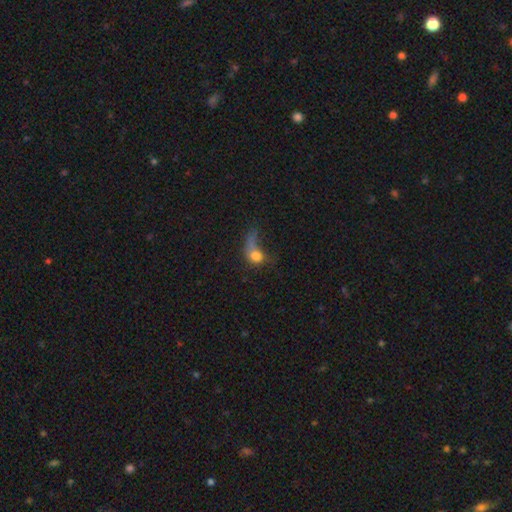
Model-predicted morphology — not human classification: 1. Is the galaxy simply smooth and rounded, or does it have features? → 67% smooth, 22% featured or disk, 12% star or artifact.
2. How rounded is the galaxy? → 50% round, 46% in between, 5% cigar-shaped.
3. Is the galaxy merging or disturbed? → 55% major disturbance, 18% none, 15% minor disturbance, 12% merger.